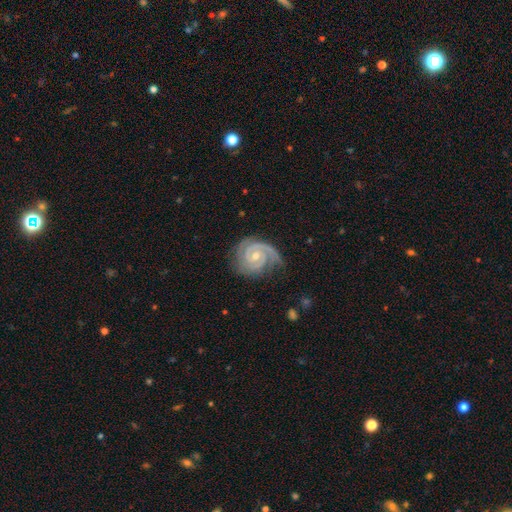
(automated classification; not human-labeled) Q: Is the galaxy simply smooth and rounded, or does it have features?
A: featured or disk — 91%.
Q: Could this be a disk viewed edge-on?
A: no — 98%.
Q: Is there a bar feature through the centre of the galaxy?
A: no — 59%.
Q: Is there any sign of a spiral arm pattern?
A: yes — 98%.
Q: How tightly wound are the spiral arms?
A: tight — 70%.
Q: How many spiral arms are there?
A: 2 — 68%.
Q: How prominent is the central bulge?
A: small — 54%.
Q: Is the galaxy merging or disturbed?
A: none — 71%.